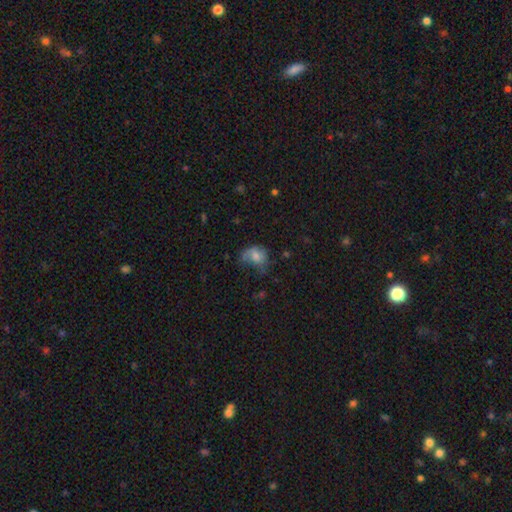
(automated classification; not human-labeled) The model was most divided on "merging": none: 34%, minor disturbance: 31%, major disturbance: 31%, merger: 4%. More confident: how rounded — in between (59%); smooth or featured — smooth (58%).